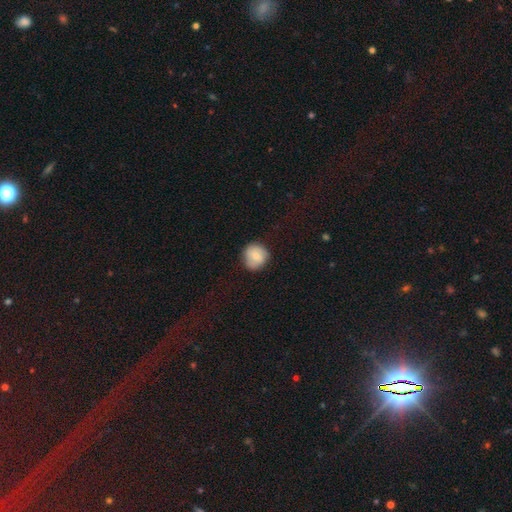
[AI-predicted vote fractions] This appears to be a smooth galaxy with no disk features (73%) that is round (88%). Merging: none (81%).